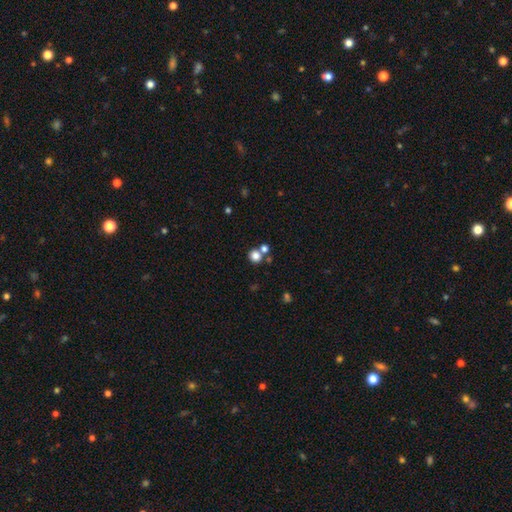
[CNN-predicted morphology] Smooth or featured?
  - smooth: 80% *
  - star or artifact: 13%
  - featured or disk: 7%
How rounded?
  - round: 87% *
  - in between: 12%
  - cigar-shaped: 1%
Merging?
  - none: 62% *
  - merger: 27%
  - minor disturbance: 7%
  - major disturbance: 4%